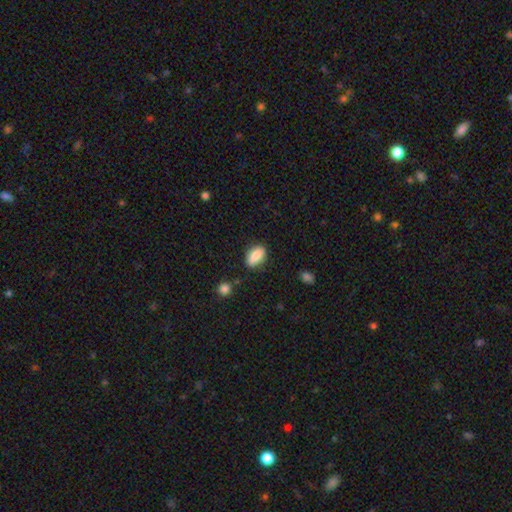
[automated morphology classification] A smooth galaxy with no disk features (84%) that is in between round and cigar-shaped (85%). Merging: none (80%).